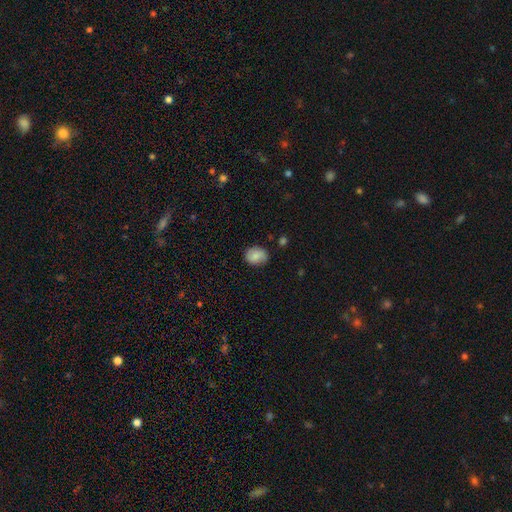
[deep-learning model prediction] A smooth galaxy with no disk features (77%) that is round (54%). Merging: none (76%).